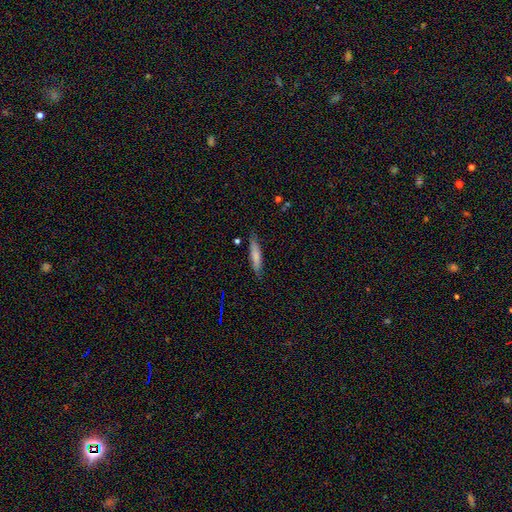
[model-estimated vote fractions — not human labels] Smooth or featured: smooth — 76% (featured or disk — 18%)
How rounded: cigar-shaped — 81% (in between — 17%)
Merging: none — 82% (minor disturbance — 14%)